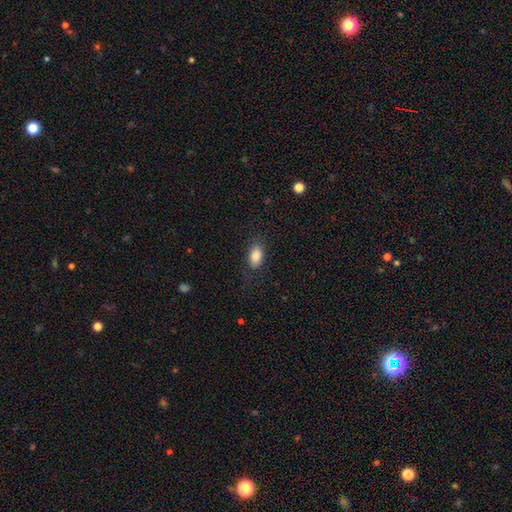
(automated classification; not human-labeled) smooth_or_featured: smooth (p=0.87) [alt: star or artifact p=0.08]
how_rounded: in between (p=0.91) [alt: round p=0.07]
merging: none (p=0.83) [alt: minor disturbance p=0.12]